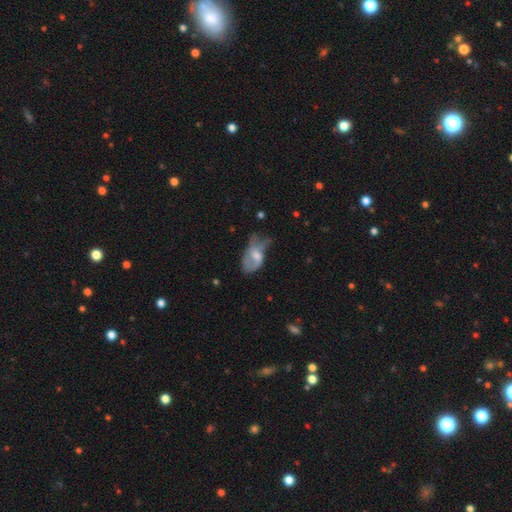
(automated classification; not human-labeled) A featured or disk galaxy (46%). Merging: major disturbance (44%).